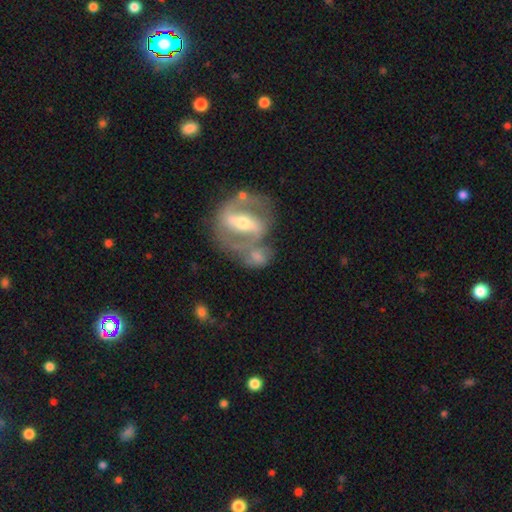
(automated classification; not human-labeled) The model was most divided on "merging": none: 42%, merger: 36%, minor disturbance: 13%, major disturbance: 8%. Remaining: edge-on disk — no (92%); spiral arms — yes (65%); smooth or featured — featured or disk (64%); bulge size — moderate (62%); bar — strong (49%).